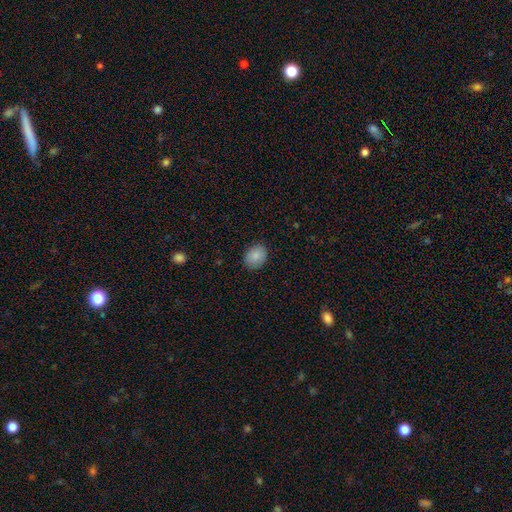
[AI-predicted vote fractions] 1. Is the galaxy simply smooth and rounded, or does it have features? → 87% smooth, 8% star or artifact, 5% featured or disk.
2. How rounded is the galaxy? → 54% in between, 45% round, 1% cigar-shaped.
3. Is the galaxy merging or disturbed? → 87% none, 10% minor disturbance, 2% major disturbance, 1% merger.